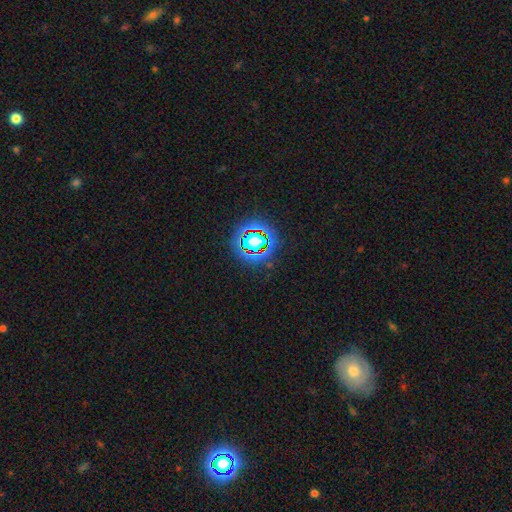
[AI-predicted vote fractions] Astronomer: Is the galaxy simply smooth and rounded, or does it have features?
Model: star or artifact — 76%.